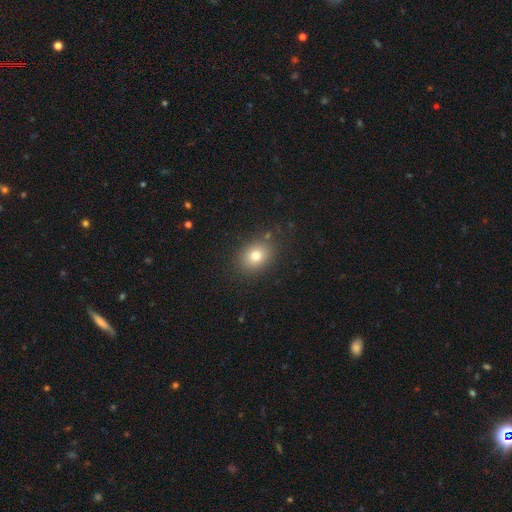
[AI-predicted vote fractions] A smooth galaxy with no disk features (77%) that is in between round and cigar-shaped (50%). Merging: none (84%).